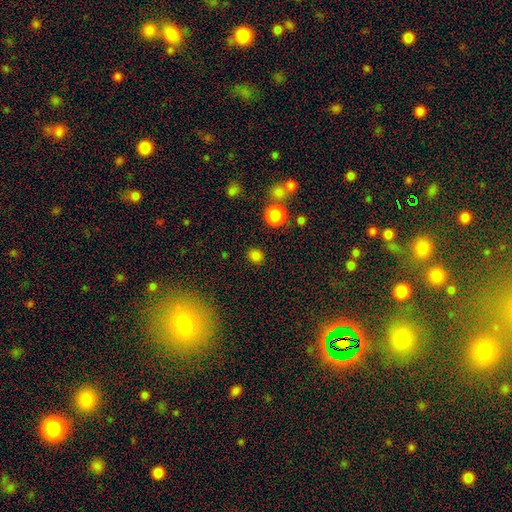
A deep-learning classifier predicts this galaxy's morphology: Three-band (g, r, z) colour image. It shows a smooth galaxy with no disk features (81%) that is round (80%). Merging: none (87%).